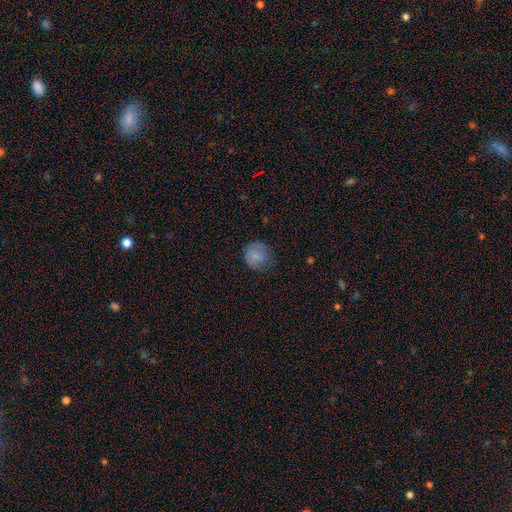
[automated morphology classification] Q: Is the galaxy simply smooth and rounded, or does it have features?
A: smooth — 78%.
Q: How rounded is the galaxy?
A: round — 88%.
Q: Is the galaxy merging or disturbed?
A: none — 68%.